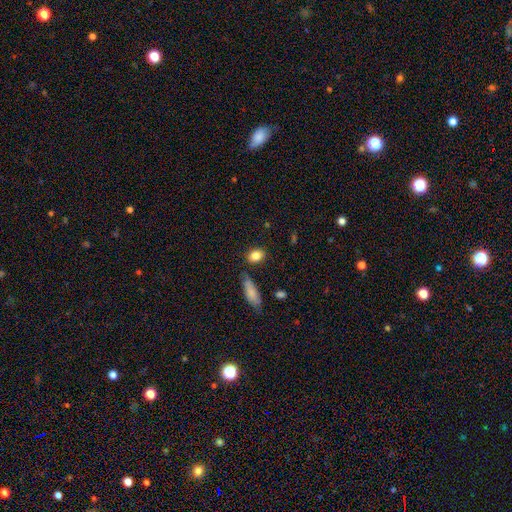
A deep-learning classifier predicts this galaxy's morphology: Smooth or featured?
  - smooth: 85% *
  - star or artifact: 8%
  - featured or disk: 7%
How rounded?
  - in between: 69% *
  - round: 28%
  - cigar-shaped: 3%
Merging?
  - none: 79% *
  - minor disturbance: 14%
  - merger: 5%
  - major disturbance: 3%